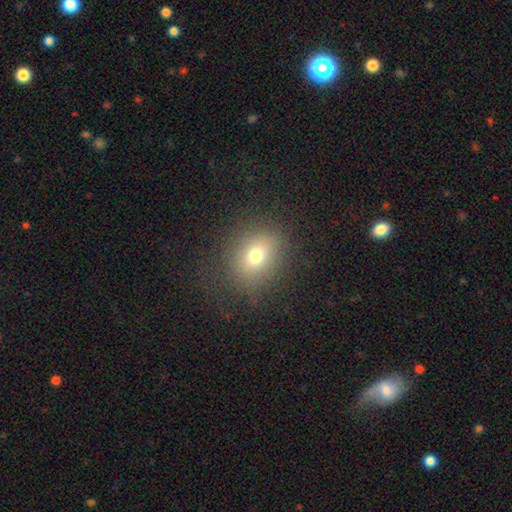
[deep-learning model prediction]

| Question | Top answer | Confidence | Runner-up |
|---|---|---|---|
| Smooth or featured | smooth | 70% | star or artifact (17%) |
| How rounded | round | 64% | in between (35%) |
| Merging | none | 79% | minor disturbance (12%) |